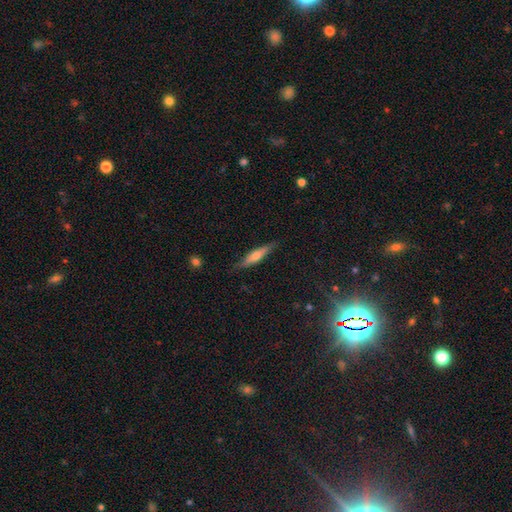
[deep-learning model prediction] featured or disk 54%, smooth 39%, star or artifact 8%. Down the decision tree: edge-on disk — yes (95%); edge-on bulge — rounded (74%); merging — none (86%).